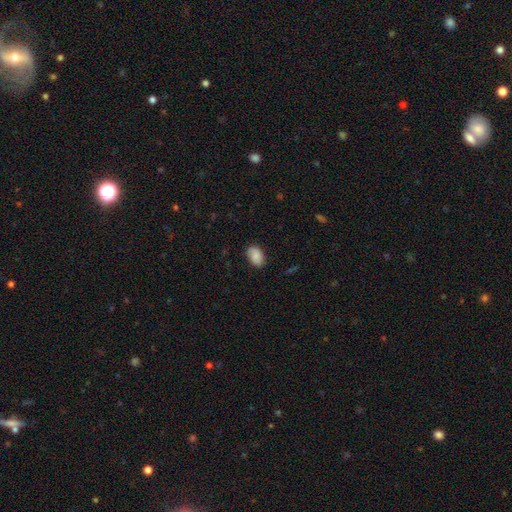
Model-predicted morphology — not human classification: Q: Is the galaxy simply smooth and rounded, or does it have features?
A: smooth — 84%.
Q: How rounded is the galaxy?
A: in between — 89%.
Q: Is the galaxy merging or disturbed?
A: none — 80%.